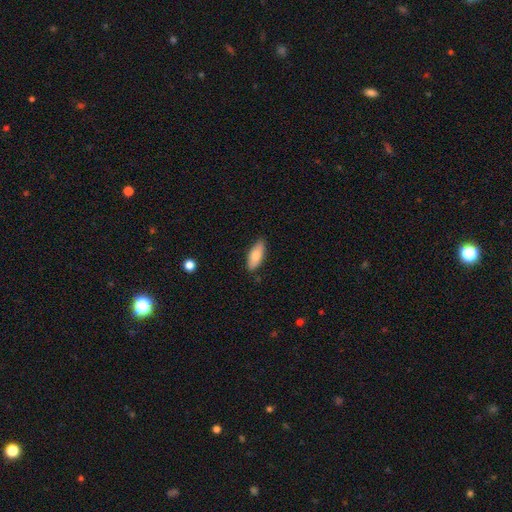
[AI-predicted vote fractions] The model was most divided on "how rounded": in between: 76%, cigar-shaped: 22%, round: 2%. More confident: merging — none (83%); smooth or featured — smooth (78%).